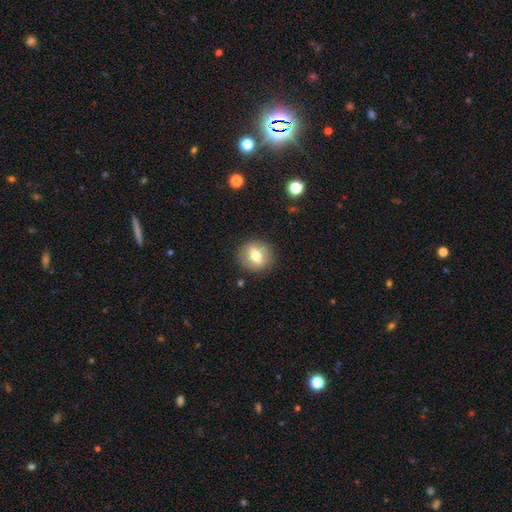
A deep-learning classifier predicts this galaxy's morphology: This is likely a smooth galaxy (62%). How rounded: likely round (76%). Merging: clearly none (86%).